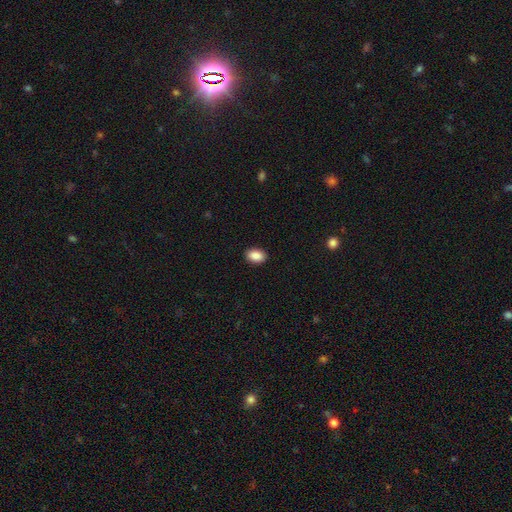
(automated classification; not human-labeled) This appears to be a smooth galaxy with no disk features (90%) that is in between round and cigar-shaped (88%). Merging: none (90%).